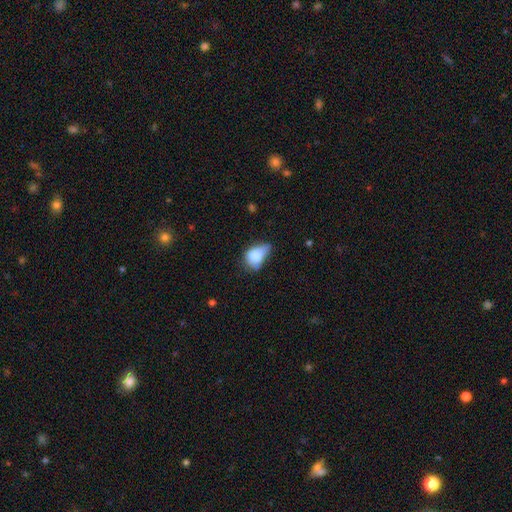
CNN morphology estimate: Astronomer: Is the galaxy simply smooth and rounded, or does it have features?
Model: smooth — 74%.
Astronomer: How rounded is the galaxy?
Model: in between — 78%.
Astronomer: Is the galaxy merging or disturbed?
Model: minor disturbance — 41% (runner-up: major disturbance, 26%).